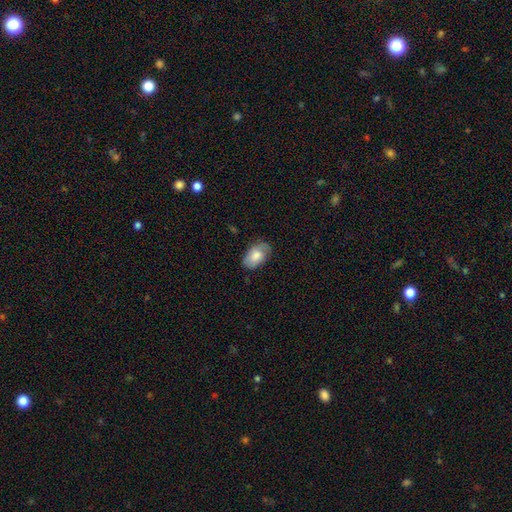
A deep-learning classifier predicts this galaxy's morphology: A smooth galaxy with no disk features (71%) that is in between round and cigar-shaped (92%).

Vote fractions:
- Smooth or featured? smooth: 71% / featured or disk: 22% / star or artifact: 7%
- How rounded? in between: 92% / round: 7% / cigar-shaped: 1%
- Merging? none: 70% / minor disturbance: 23% / major disturbance: 5% / merger: 1%